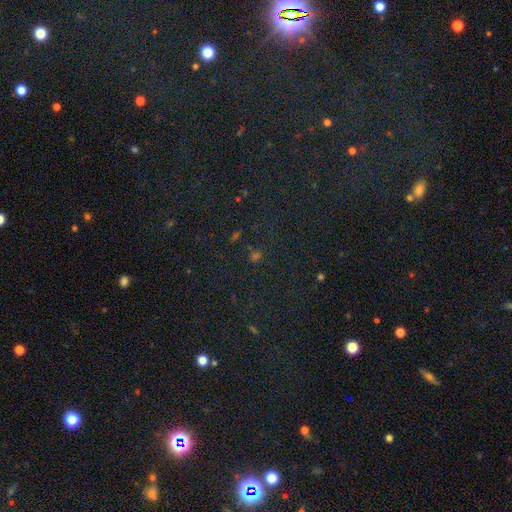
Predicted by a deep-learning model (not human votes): A star or artifact, not a galaxy (64%).